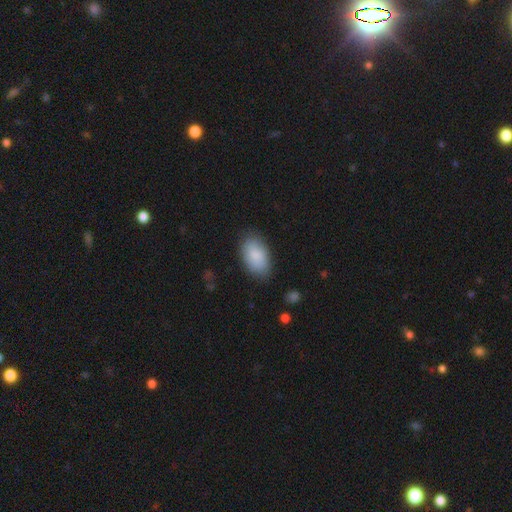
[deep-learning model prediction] smooth_or_featured: smooth (p=0.87) [alt: featured or disk p=0.07]
how_rounded: in between (p=0.93) [alt: round p=0.05]
merging: none (p=0.82) [alt: minor disturbance p=0.13]